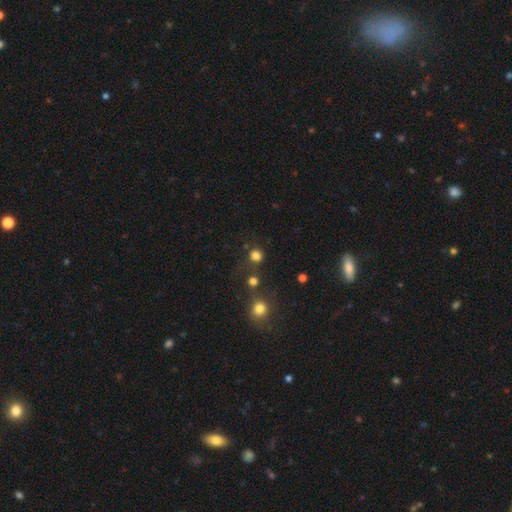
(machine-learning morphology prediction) type=smooth (79%); roundness=round (91%); merging=none (78%).